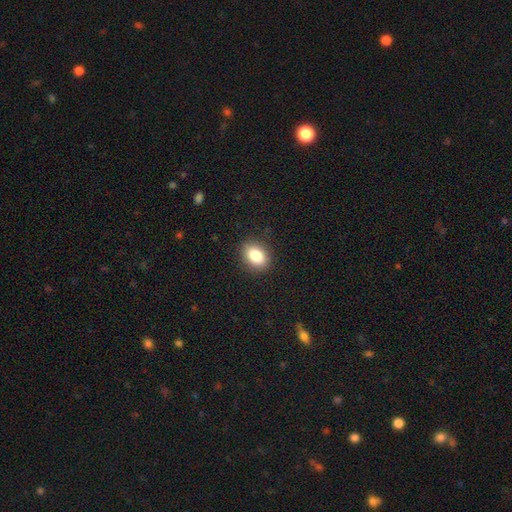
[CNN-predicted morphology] This appears to be a smooth galaxy with no disk features (84%) that is in between round and cigar-shaped (76%). Merging: none (88%).